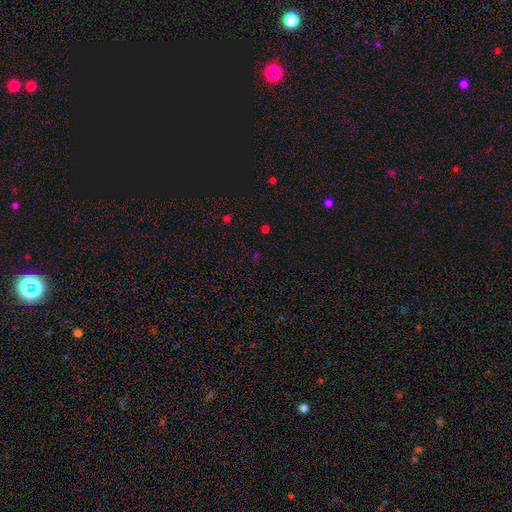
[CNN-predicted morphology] Smooth or featured? Predicted: star or artifact (p=0.56).